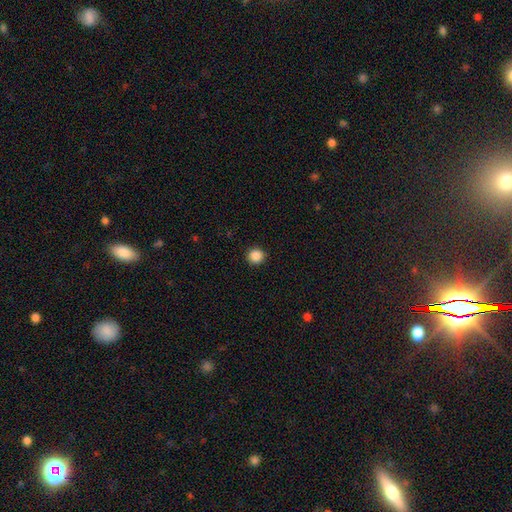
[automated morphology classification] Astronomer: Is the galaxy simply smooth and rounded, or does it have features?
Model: smooth — 88%.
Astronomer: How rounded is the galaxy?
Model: round — 92%.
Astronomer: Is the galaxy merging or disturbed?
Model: none — 92%.